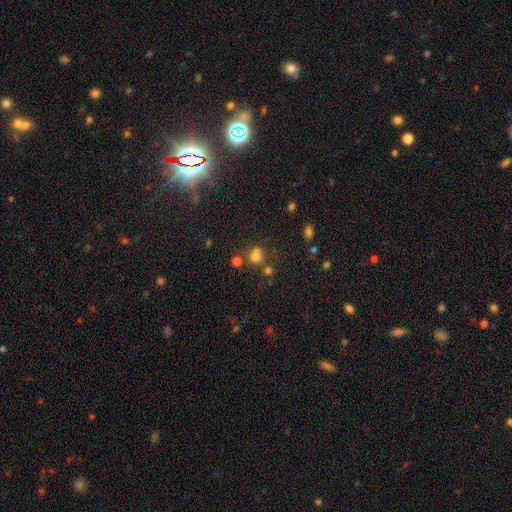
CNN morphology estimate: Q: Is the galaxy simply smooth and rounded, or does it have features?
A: smooth — 68%.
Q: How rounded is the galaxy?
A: round — 76%.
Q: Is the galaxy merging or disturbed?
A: none — 56%.